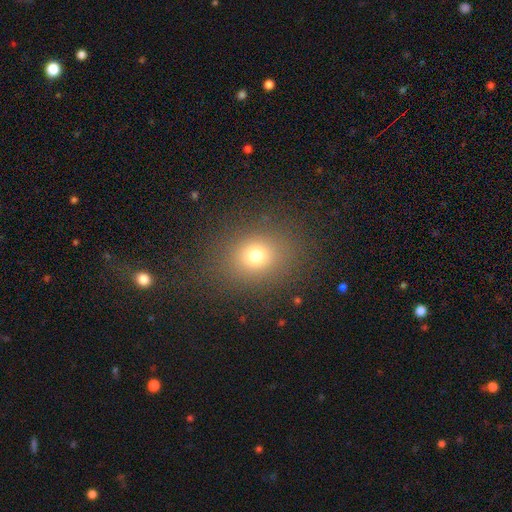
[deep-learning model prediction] A smooth galaxy with no disk features (72%) that is round (58%). Merging: none (84%).